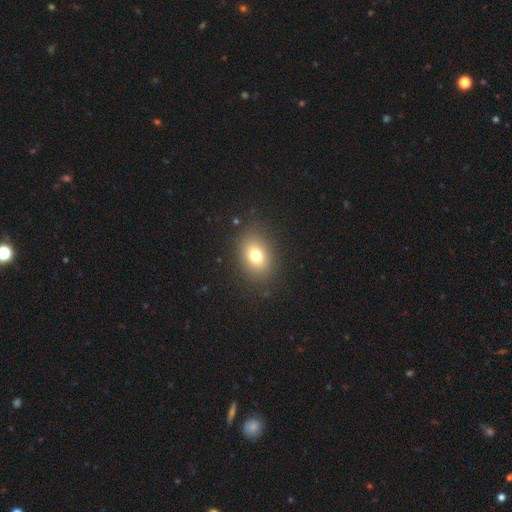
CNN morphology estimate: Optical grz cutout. It shows a smooth galaxy with no disk features (75%) that is in between round and cigar-shaped (66%). Merging: none (85%).